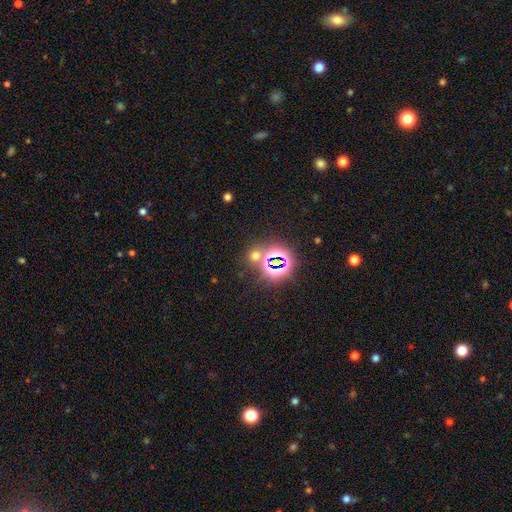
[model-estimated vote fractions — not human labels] Smooth or featured? Predicted: star or artifact (p=0.48).